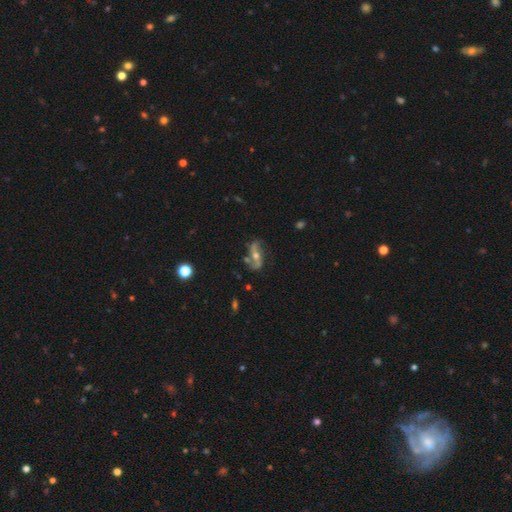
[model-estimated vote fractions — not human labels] Q: Smooth or featured?
A: featured or disk (79%); runner-up: smooth (11%)
Q: Edge-on disk?
A: no (91%); runner-up: yes (9%)
Q: Bar?
A: no (47%); runner-up: weak (30%)
Q: Spiral arms?
A: yes (90%); runner-up: no (10%)
Q: Spiral winding?
A: loose (65%); runner-up: medium (26%)
Q: Spiral arm count?
A: 2 (88%); runner-up: can't tell (5%)
Q: Bulge size?
A: moderate (62%); runner-up: small (31%)
Q: Merging?
A: none (65%); runner-up: minor disturbance (19%)